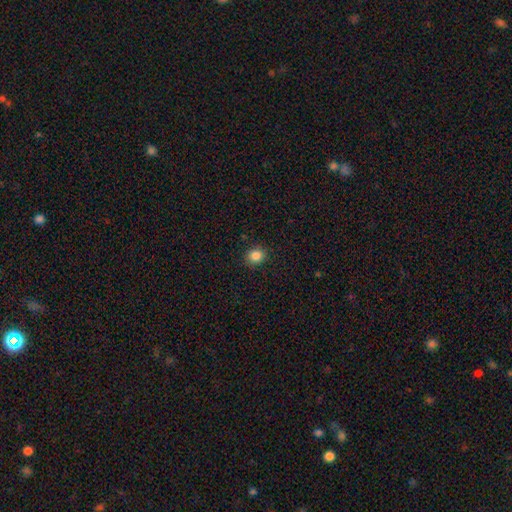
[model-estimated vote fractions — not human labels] Q: Smooth or featured?
A: smooth (85%); runner-up: star or artifact (11%)
Q: How rounded?
A: round (77%); runner-up: in between (23%)
Q: Merging?
A: none (90%); runner-up: minor disturbance (7%)